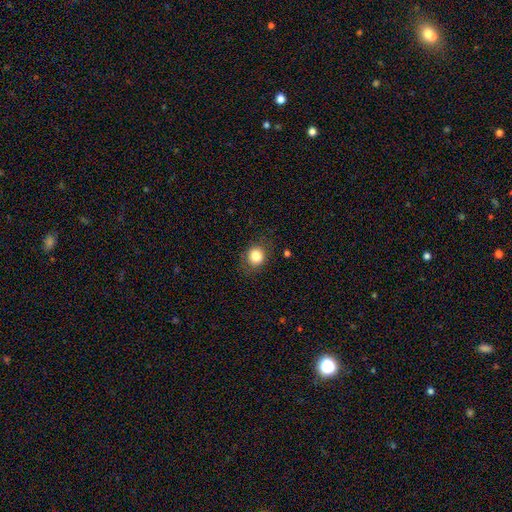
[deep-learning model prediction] This is clearly a smooth galaxy (82%). How rounded: likely round (77%). Merging: clearly none (81%).